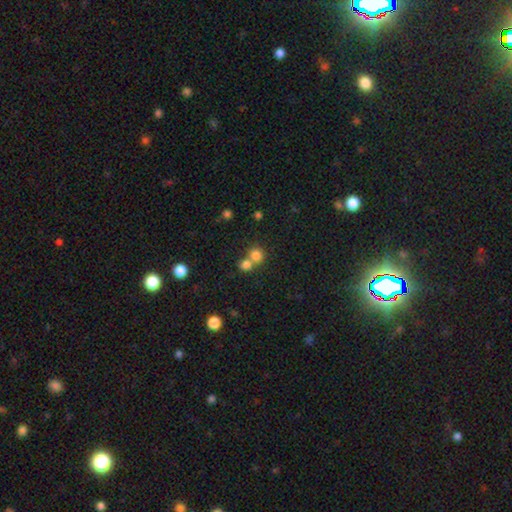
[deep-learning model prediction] This is likely a smooth galaxy (78%). How rounded: clearly round (83%). Merging: possibly merger (47%).